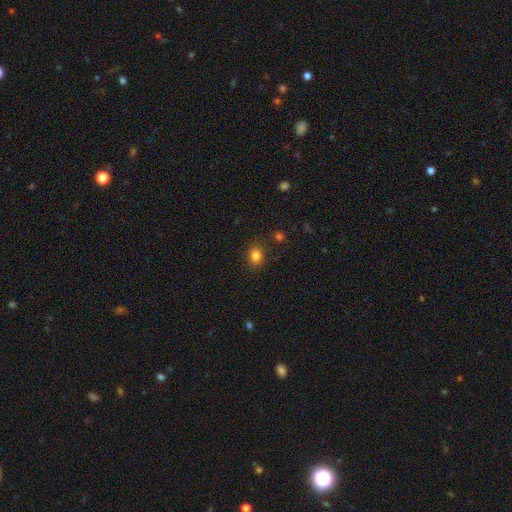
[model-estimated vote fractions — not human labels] This is clearly a smooth galaxy (82%). How rounded: likely round (64%). Merging: clearly none (85%).